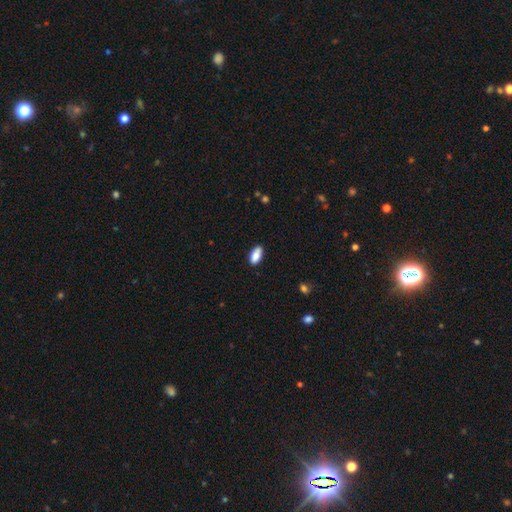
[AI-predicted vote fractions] A smooth galaxy with no disk features (84%) that is in between round and cigar-shaped (89%). Merging: none (79%).